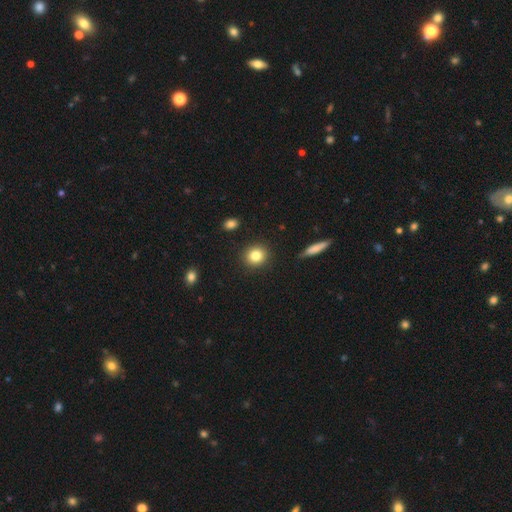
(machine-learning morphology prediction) type=smooth (83%); roundness=round (85%); merging=none (90%).